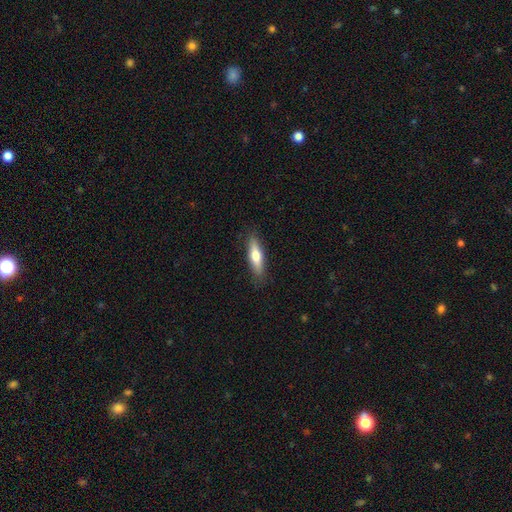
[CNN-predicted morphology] This is likely a smooth galaxy (62%). How rounded: likely cigar-shaped (67%). Merging: clearly none (87%).